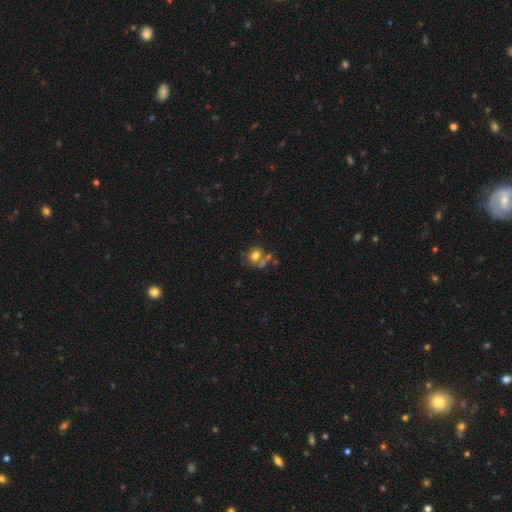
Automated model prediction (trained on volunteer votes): Morphology: type=smooth (68%); roundness=round (59%); merging=none (44%).